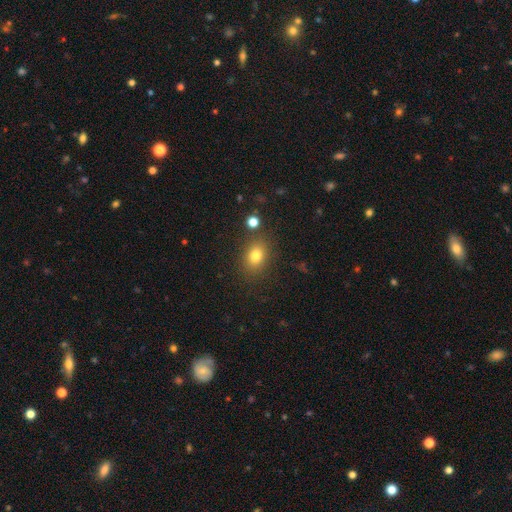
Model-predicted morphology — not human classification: smooth-or-featured: smooth: 79% | star or artifact: 13% | featured or disk: 8%
  how-rounded: in between: 62% | round: 36% | cigar-shaped: 1%
  merging: none: 81% | minor disturbance: 11% | merger: 4% | major disturbance: 4%